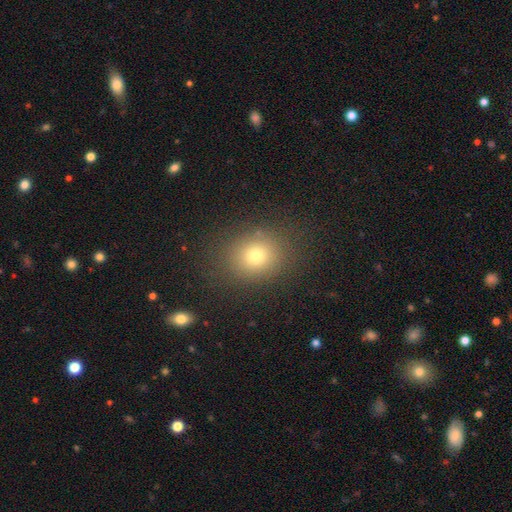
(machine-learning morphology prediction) This is likely a smooth galaxy (75%). How rounded: likely round (62%). Merging: clearly none (84%).